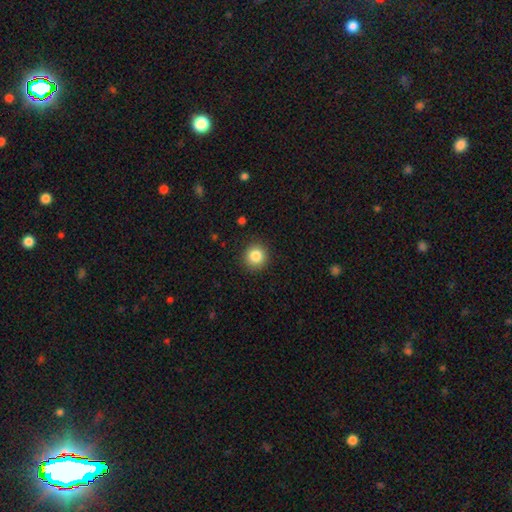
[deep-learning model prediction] smooth-or-featured: smooth: 85% | star or artifact: 10% | featured or disk: 5%
  how-rounded: round: 94% | in between: 5% | cigar-shaped: 1%
  merging: none: 91% | minor disturbance: 6% | major disturbance: 2% | merger: 1%